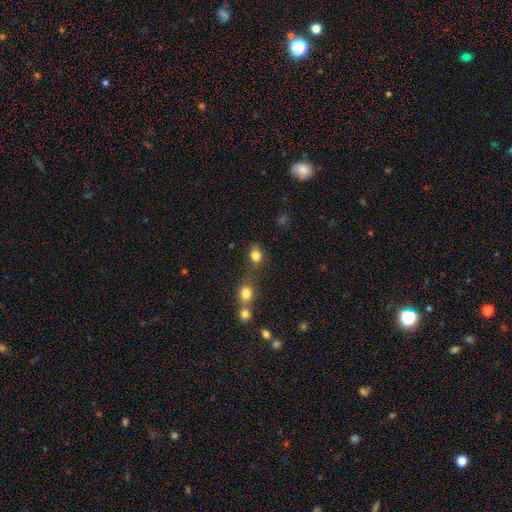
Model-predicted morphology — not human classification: Q: Smooth or featured?
A: smooth (82%); runner-up: star or artifact (11%)
Q: How rounded?
A: in between (53%); runner-up: round (45%)
Q: Merging?
A: none (57%); runner-up: merger (23%)